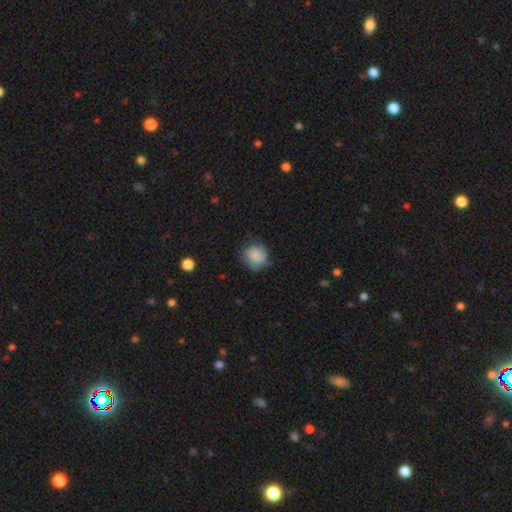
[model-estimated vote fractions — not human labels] The model was most divided on "merging": none: 64%, minor disturbance: 26%, major disturbance: 8%, merger: 1%. More confident: how rounded — round (83%); smooth or featured — smooth (78%).